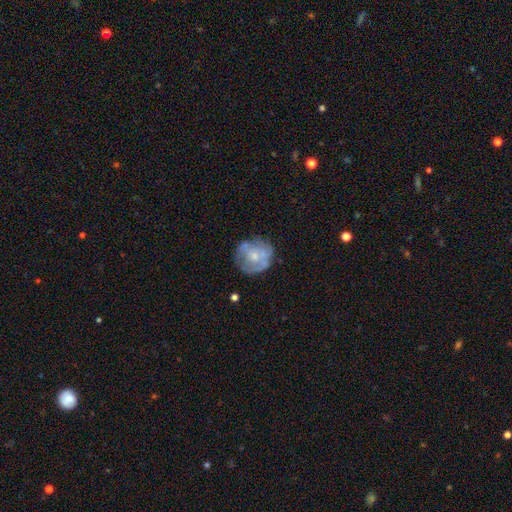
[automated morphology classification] This is possibly a featured or disk galaxy (54%). It is clearly not viewed edge-on (98%). Bar: clearly no (86%). Spiral arm pattern: likely no (66%). Central bulge: possibly small (54%). Merging: possibly none (59%).